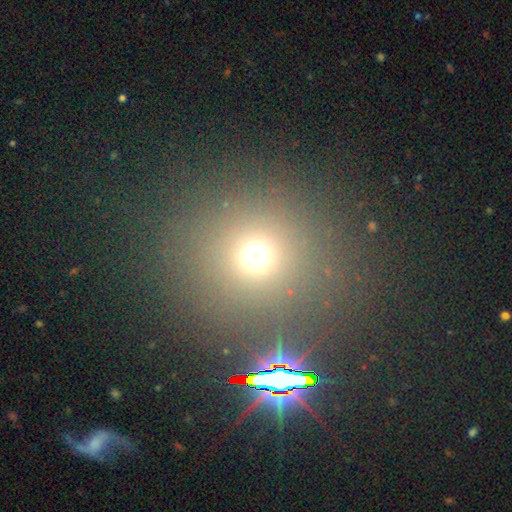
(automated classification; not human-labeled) smooth 62%, star or artifact 30%, featured or disk 8%. Down the decision tree: how rounded — round (90%); merging — none (82%).